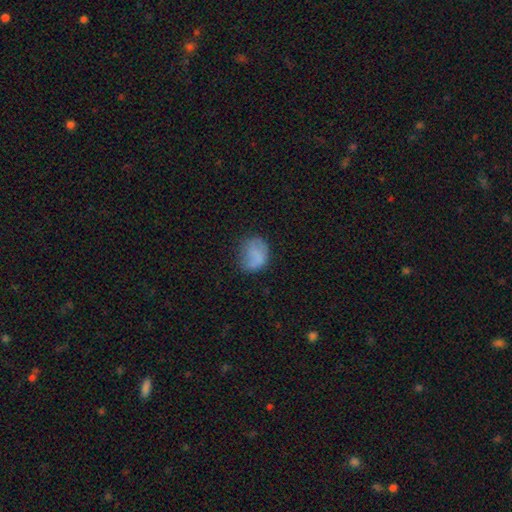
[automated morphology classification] A smooth galaxy with no disk features (71%) that is in between round and cigar-shaped (50%). Merging: none (53%).